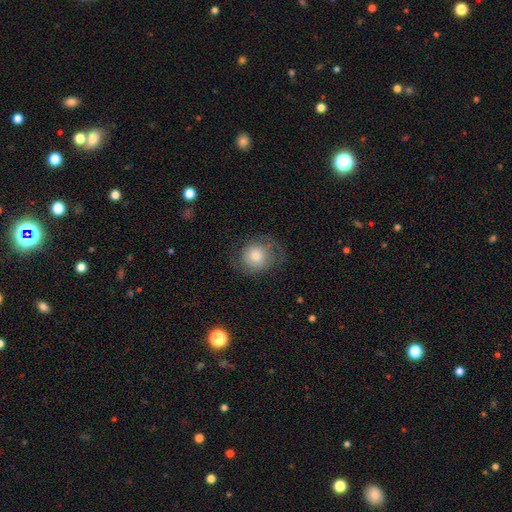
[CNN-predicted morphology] Overall: smooth (53%; featured or disk 38%). How rounded: round (74%). Merging: none (63%).